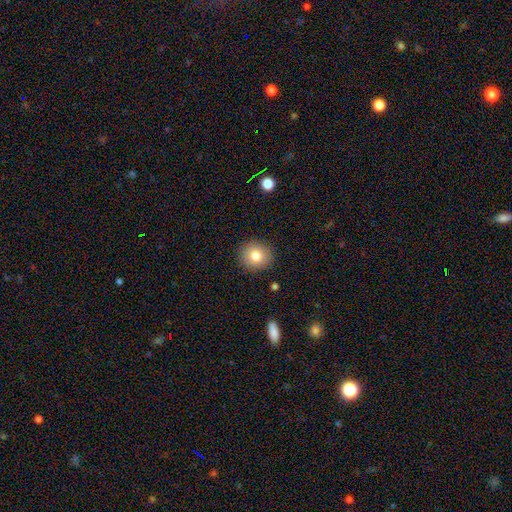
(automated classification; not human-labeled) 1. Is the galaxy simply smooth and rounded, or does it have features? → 80% smooth, 10% star or artifact, 10% featured or disk.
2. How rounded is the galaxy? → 88% round, 11% in between, 1% cigar-shaped.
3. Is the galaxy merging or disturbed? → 90% none, 7% minor disturbance, 2% major disturbance, 1% merger.